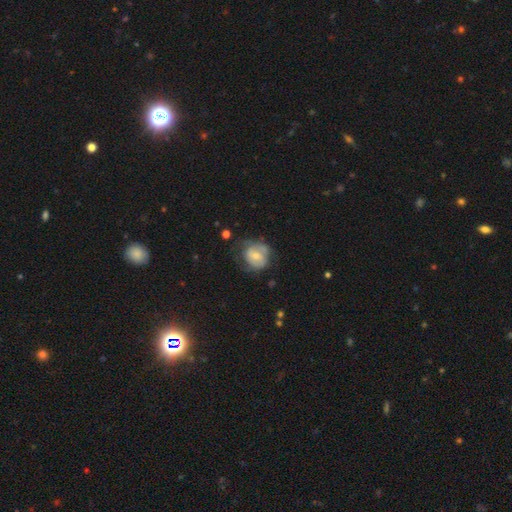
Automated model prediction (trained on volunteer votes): This is possibly a featured or disk galaxy (47%). Merging: possibly none (49%).